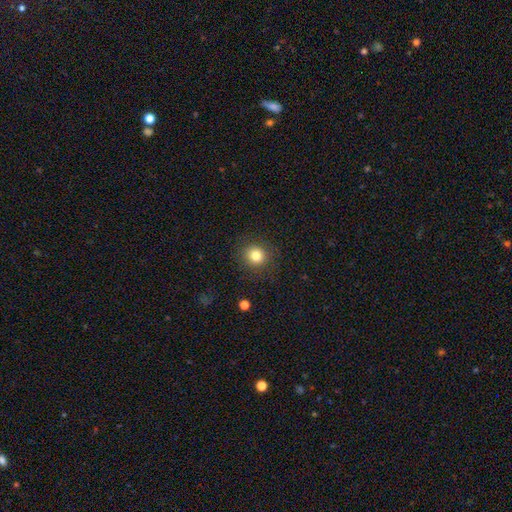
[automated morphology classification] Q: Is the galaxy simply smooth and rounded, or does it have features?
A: smooth — 81%.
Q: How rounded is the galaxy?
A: round — 91%.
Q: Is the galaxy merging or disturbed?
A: none — 89%.